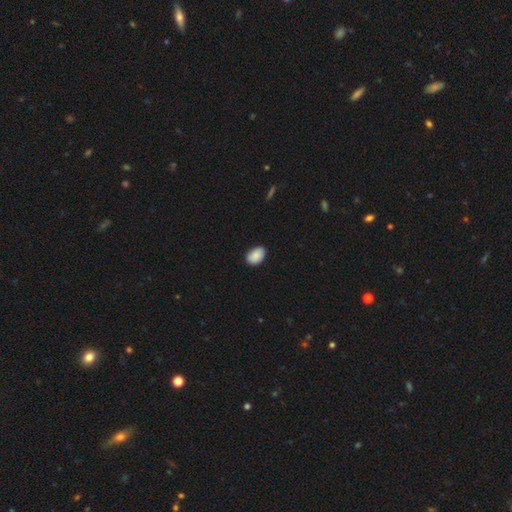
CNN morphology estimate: Smooth or featured?
  - smooth: 88% *
  - star or artifact: 7%
  - featured or disk: 5%
How rounded?
  - in between: 87% *
  - round: 12%
  - cigar-shaped: 1%
Merging?
  - none: 82% *
  - minor disturbance: 15%
  - major disturbance: 2%
  - merger: 1%